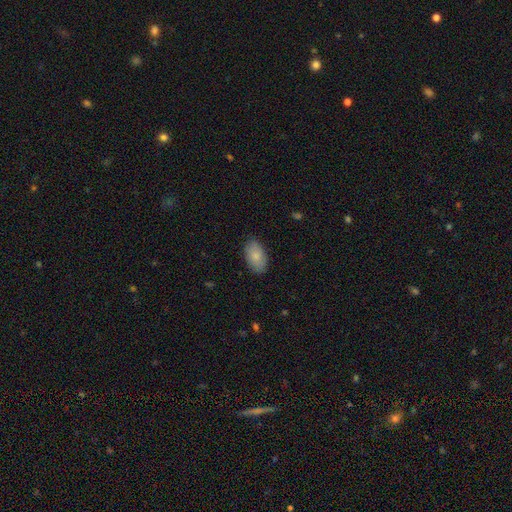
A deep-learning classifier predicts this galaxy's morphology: This is clearly a smooth galaxy (84%). How rounded: clearly in between (94%). Merging: clearly none (86%).